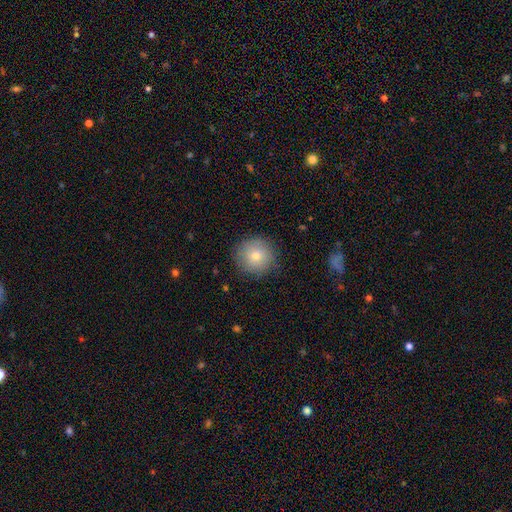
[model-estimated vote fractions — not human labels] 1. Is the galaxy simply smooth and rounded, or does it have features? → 78% smooth, 12% featured or disk, 9% star or artifact.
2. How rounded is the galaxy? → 94% round, 5% in between, 1% cigar-shaped.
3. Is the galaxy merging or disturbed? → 86% none, 10% minor disturbance, 3% major disturbance, 1% merger.